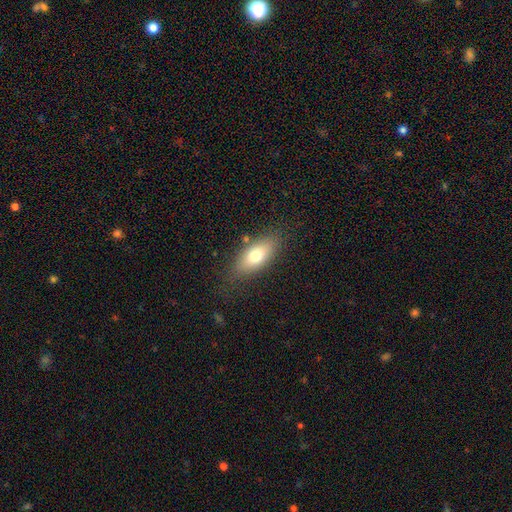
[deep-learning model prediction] Morphology: type=smooth (71%); roundness=in between (82%); merging=none (79%).